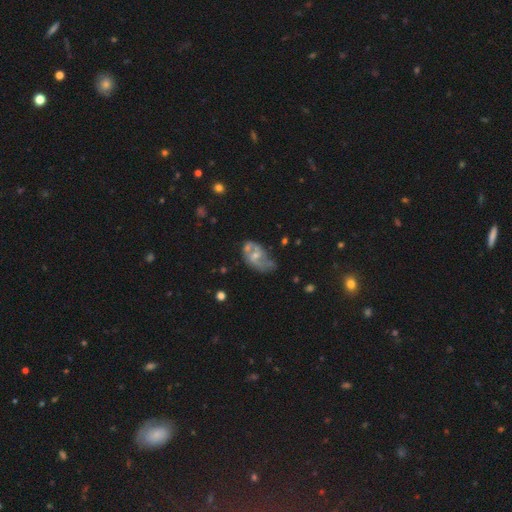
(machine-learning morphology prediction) Overall: featured or disk (70%). Edge-on disk: no (97%). Bar: no (55%; weak 37%). Spiral arms: yes (73%). Bulge size: small (52%; moderate 38%). Merging: none (35%; minor disturbance 28%).